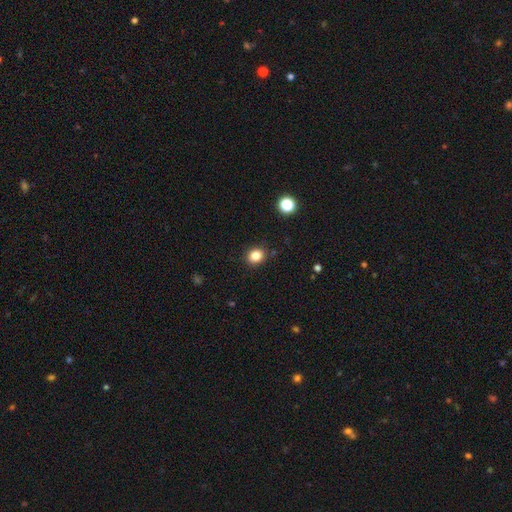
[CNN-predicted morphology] The model was most divided on "how rounded": round: 62%, in between: 37%, cigar-shaped: 1%. More confident: merging — none (87%); smooth or featured — smooth (84%).